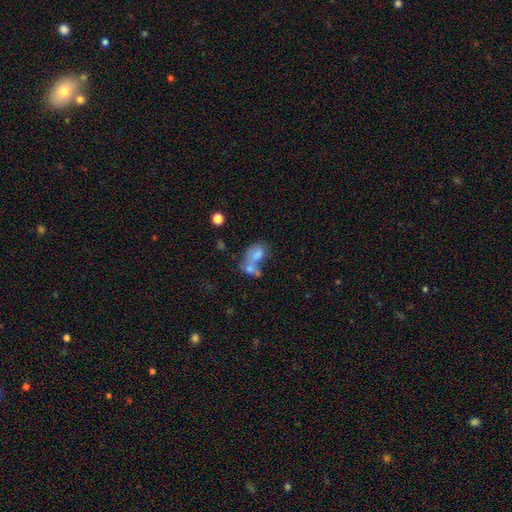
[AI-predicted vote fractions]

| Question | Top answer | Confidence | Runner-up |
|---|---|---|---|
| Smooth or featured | smooth | 67% | featured or disk (22%) |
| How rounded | in between | 82% | round (15%) |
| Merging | merger | 60% | none (18%) |